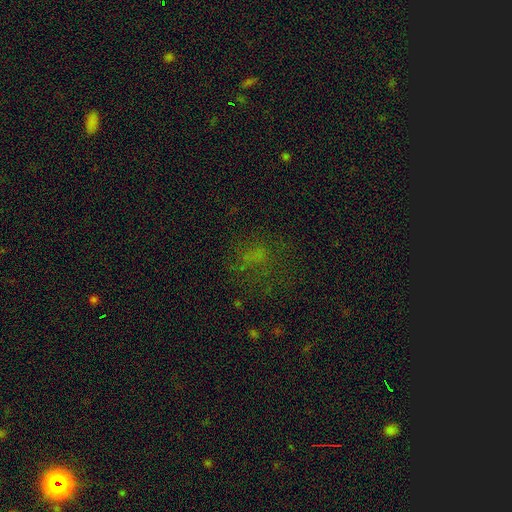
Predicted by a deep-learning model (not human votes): Smooth or featured?
  - smooth: 43% *
  - star or artifact: 34%
  - featured or disk: 22%
Merging?
  - none: 56% *
  - major disturbance: 25%
  - minor disturbance: 17%
  - merger: 3%